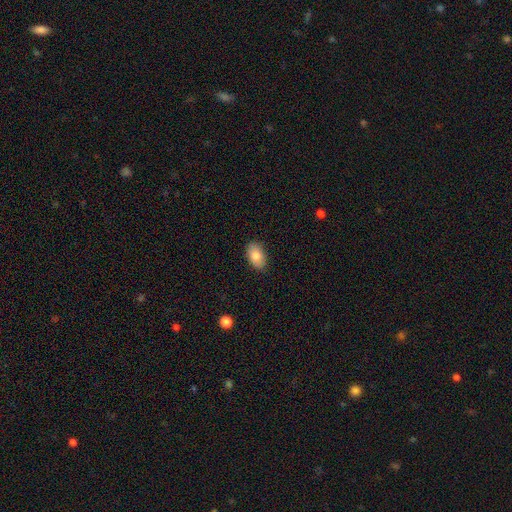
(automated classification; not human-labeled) Smooth or featured?
  - smooth: 85% *
  - featured or disk: 8%
  - star or artifact: 7%
How rounded?
  - in between: 91% *
  - round: 7%
  - cigar-shaped: 1%
Merging?
  - none: 86% *
  - minor disturbance: 10%
  - major disturbance: 2%
  - merger: 1%